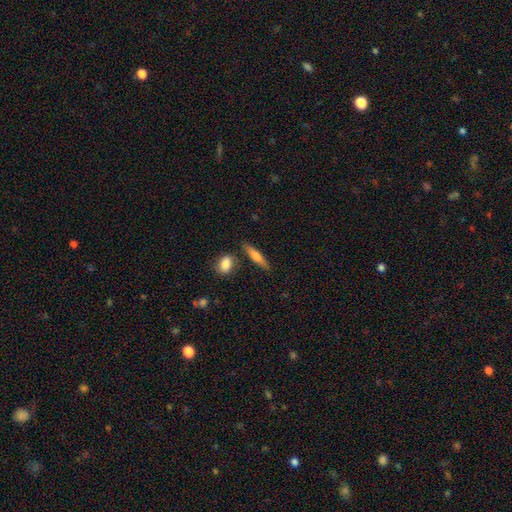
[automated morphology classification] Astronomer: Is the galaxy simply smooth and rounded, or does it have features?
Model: smooth — 66%.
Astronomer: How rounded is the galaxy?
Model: cigar-shaped — 77%.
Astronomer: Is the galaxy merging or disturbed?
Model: none — 79%.